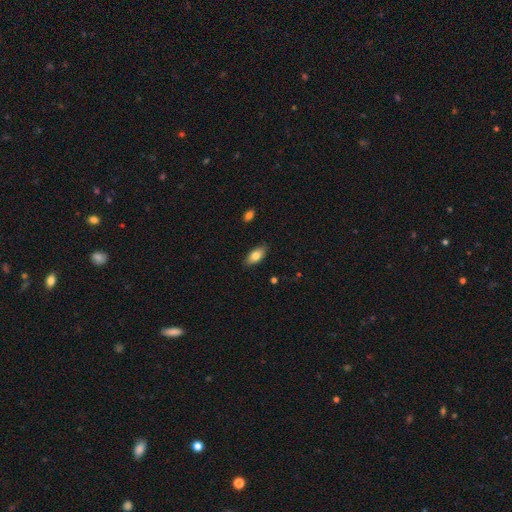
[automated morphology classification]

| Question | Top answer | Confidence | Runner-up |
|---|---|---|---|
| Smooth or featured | smooth | 80% | featured or disk (13%) |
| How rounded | in between | 89% | cigar-shaped (8%) |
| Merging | none | 87% | minor disturbance (10%) |